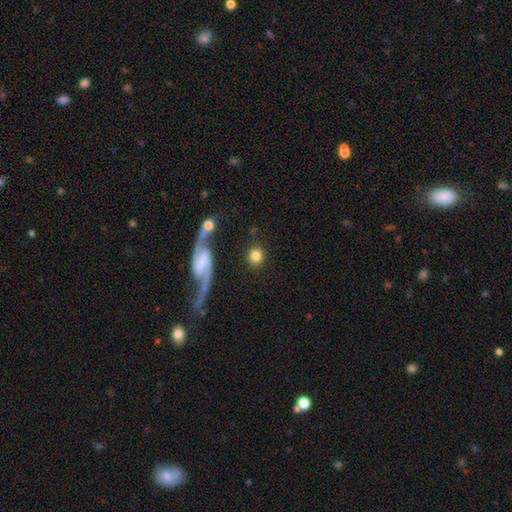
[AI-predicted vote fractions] Morphology: type=smooth (78%); roundness=round (89%); merging=none (83%).